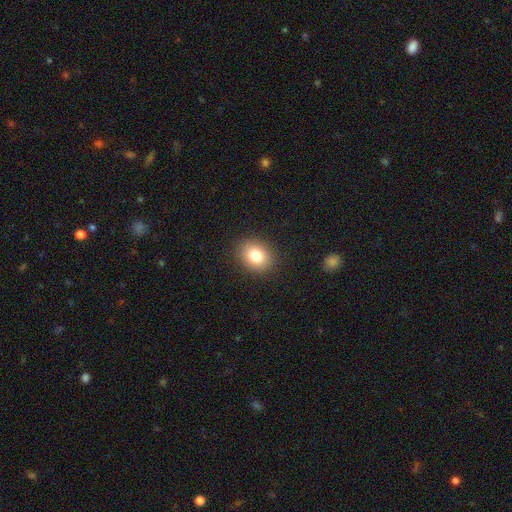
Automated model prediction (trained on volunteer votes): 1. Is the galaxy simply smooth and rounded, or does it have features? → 81% smooth, 10% star or artifact, 9% featured or disk.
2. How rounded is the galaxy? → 51% in between, 48% round, 1% cigar-shaped.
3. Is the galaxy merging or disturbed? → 89% none, 8% minor disturbance, 2% major disturbance, 1% merger.